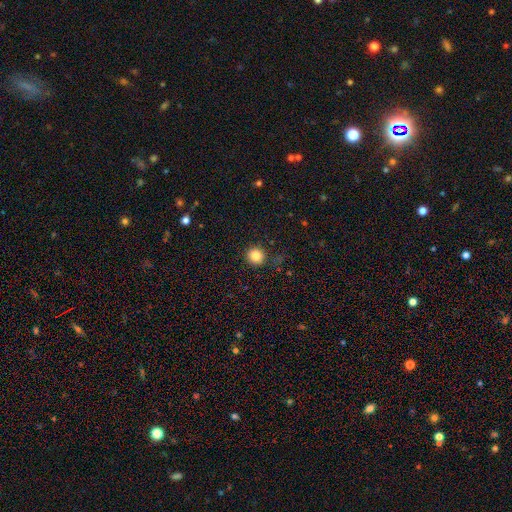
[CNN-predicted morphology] Q: Smooth or featured?
A: smooth (84%); runner-up: star or artifact (11%)
Q: How rounded?
A: round (94%); runner-up: in between (5%)
Q: Merging?
A: none (89%); runner-up: minor disturbance (7%)